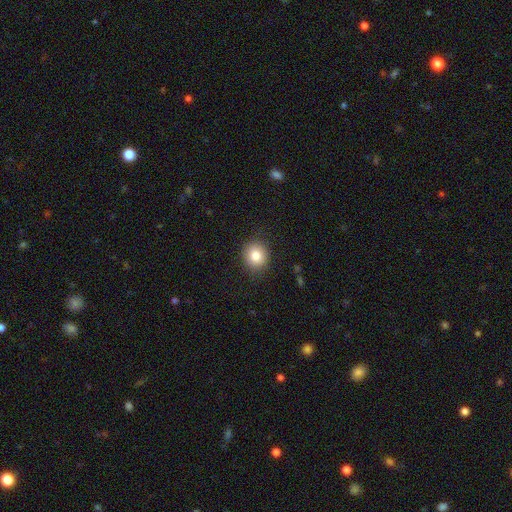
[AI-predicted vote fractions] smooth-or-featured: smooth: 83% | star or artifact: 10% | featured or disk: 7%
  how-rounded: round: 81% | in between: 19% | cigar-shaped: 1%
  merging: none: 88% | minor disturbance: 9% | major disturbance: 3% | merger: 1%